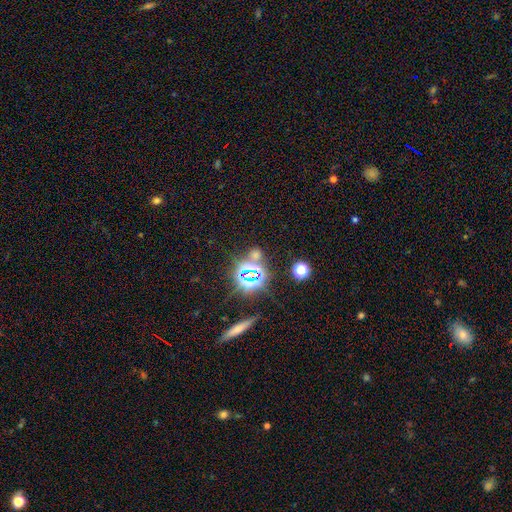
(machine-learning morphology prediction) Smooth or featured? Predicted: star or artifact (p=0.58).